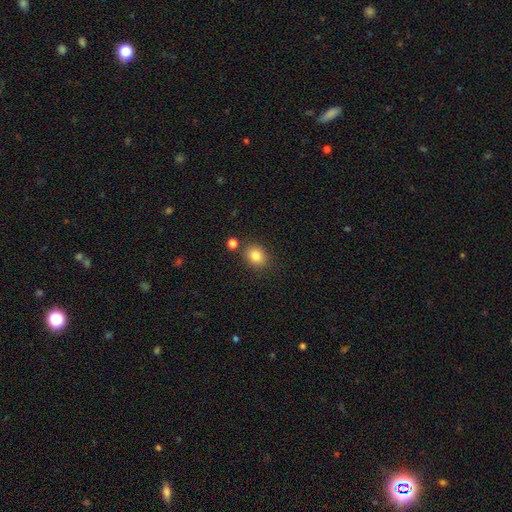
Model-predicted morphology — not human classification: Q: Smooth or featured?
A: smooth (83%); runner-up: star or artifact (10%)
Q: How rounded?
A: round (57%); runner-up: in between (42%)
Q: Merging?
A: none (79%); runner-up: minor disturbance (10%)